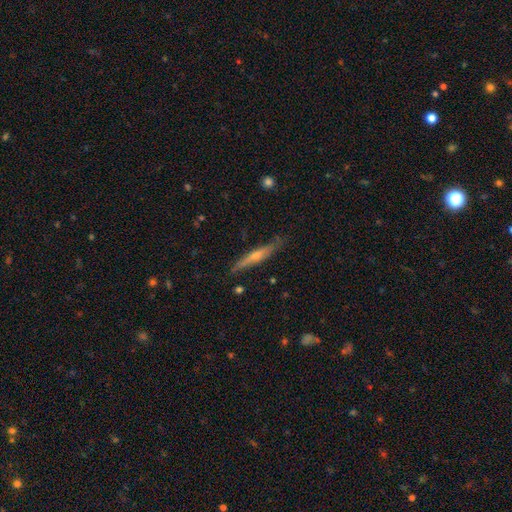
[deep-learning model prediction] Overall: featured or disk (64%; smooth 30%). Edge-on disk: yes (95%). Edge-on bulge: rounded (74%). Merging: none (82%).